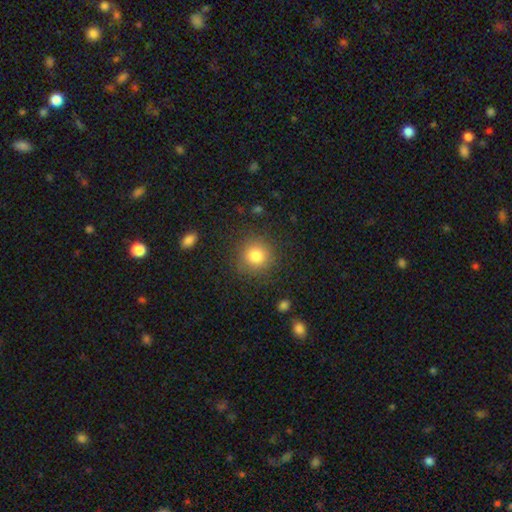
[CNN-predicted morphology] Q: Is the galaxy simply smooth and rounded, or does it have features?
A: smooth — 83%.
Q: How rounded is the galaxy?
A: round — 91%.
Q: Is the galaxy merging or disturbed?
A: none — 87%.